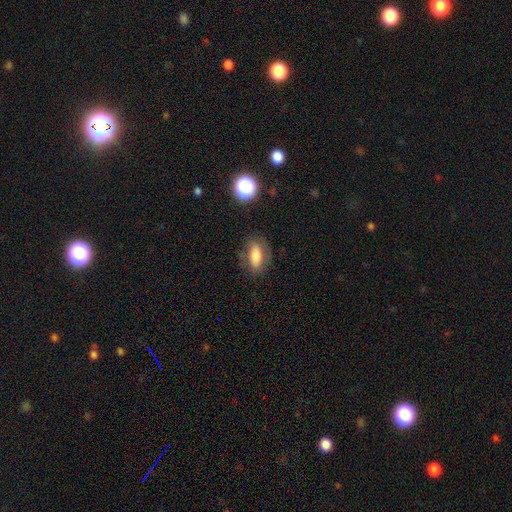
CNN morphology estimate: Q: Smooth or featured?
A: smooth (70%); runner-up: featured or disk (21%)
Q: How rounded?
A: in between (78%); runner-up: cigar-shaped (15%)
Q: Merging?
A: none (75%); runner-up: minor disturbance (16%)